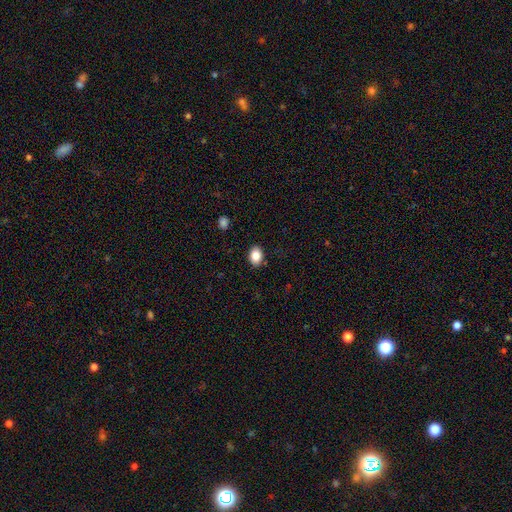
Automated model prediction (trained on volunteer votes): The model was most divided on "how rounded": in between: 74%, round: 25%, cigar-shaped: 1%. More confident: merging — none (88%); smooth or featured — smooth (86%).